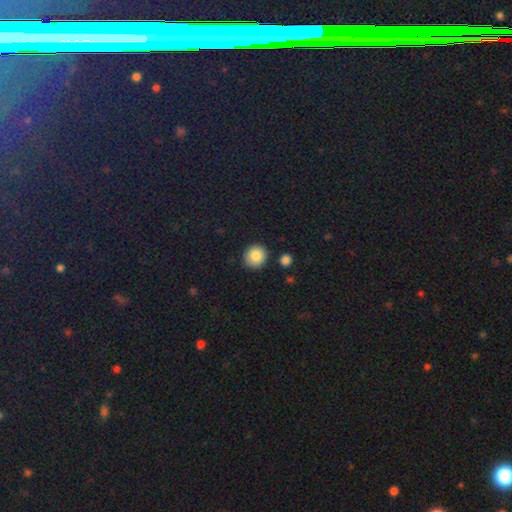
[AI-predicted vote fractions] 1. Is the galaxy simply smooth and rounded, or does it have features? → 85% smooth, 9% star or artifact, 7% featured or disk.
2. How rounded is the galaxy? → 88% round, 11% in between, 1% cigar-shaped.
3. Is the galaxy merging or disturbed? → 88% none, 7% minor disturbance, 3% merger, 2% major disturbance.